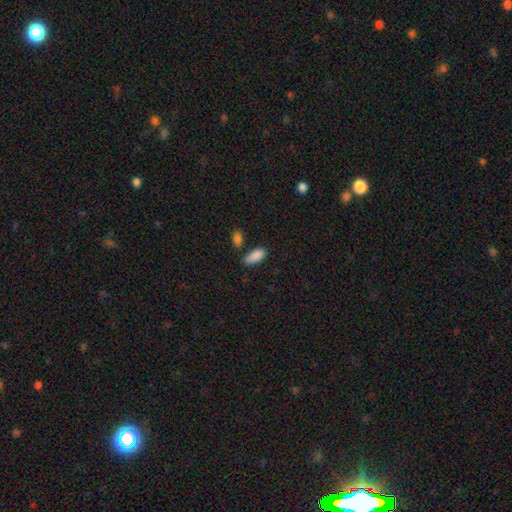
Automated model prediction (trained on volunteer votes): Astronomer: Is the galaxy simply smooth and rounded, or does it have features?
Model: smooth — 89%.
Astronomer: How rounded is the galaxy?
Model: in between — 77%.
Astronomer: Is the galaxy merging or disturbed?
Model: none — 71%.